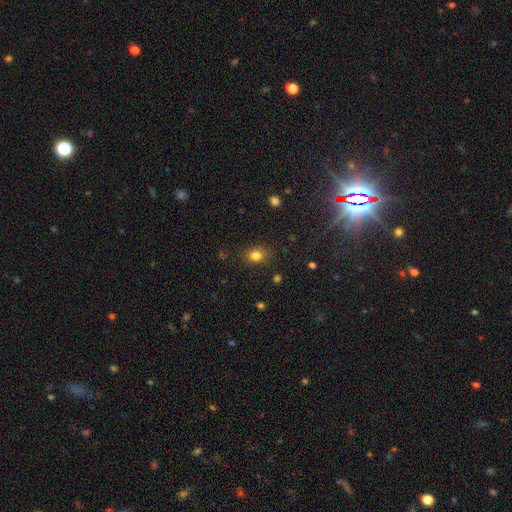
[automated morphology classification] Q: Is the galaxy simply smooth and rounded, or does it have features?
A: smooth — 82%.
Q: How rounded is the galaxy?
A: in between — 53%.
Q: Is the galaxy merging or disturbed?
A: none — 82%.